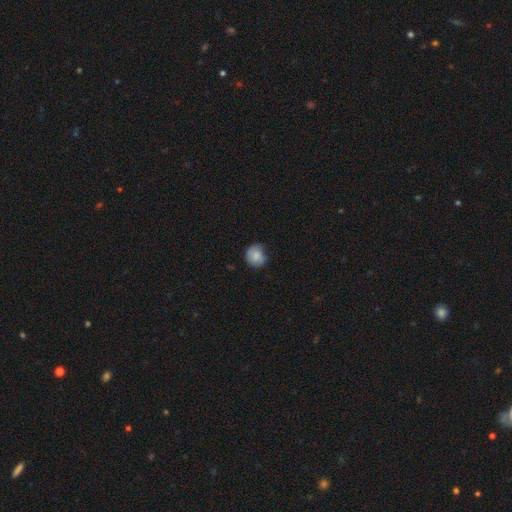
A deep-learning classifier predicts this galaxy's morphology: This is clearly a smooth galaxy (82%). How rounded: clearly round (82%). Merging: likely none (64%).